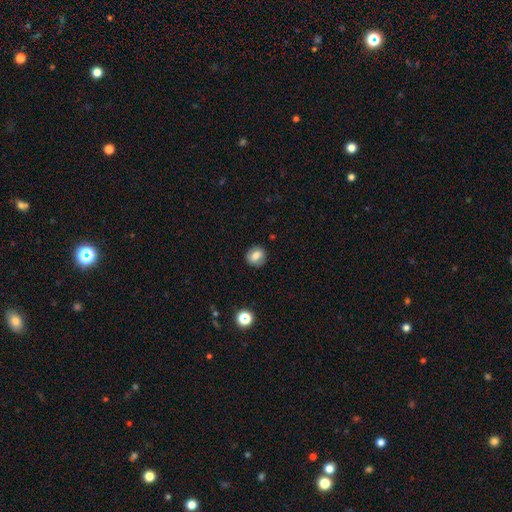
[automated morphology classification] This is likely a smooth galaxy (71%). How rounded: likely round (77%). Merging: clearly none (87%).